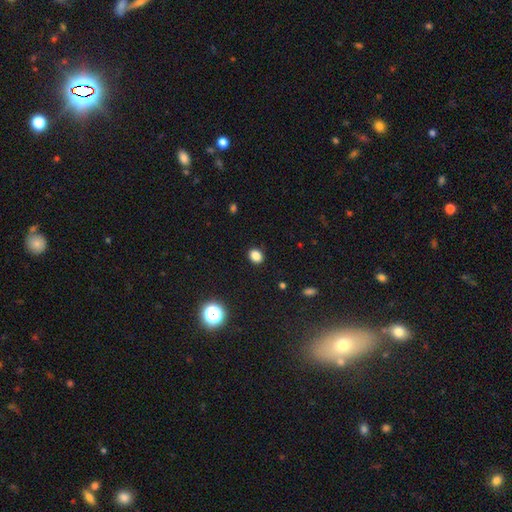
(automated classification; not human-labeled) Morphology: type=smooth (83%); roundness=round (55%); merging=none (90%).